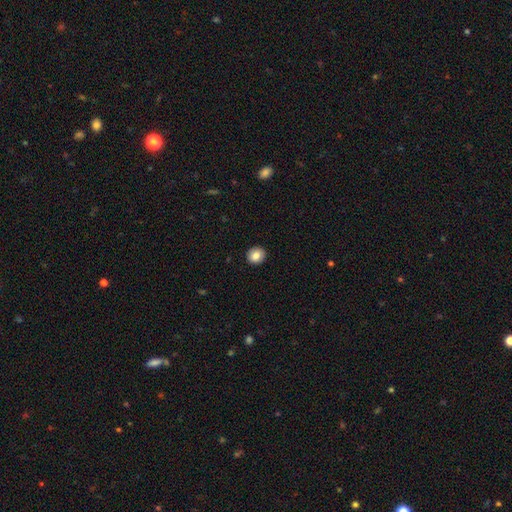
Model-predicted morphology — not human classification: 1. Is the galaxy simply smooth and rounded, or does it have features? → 84% smooth, 9% star or artifact, 7% featured or disk.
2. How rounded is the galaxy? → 85% round, 14% in between, 1% cigar-shaped.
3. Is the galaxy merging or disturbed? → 92% none, 6% minor disturbance, 2% major disturbance, 1% merger.